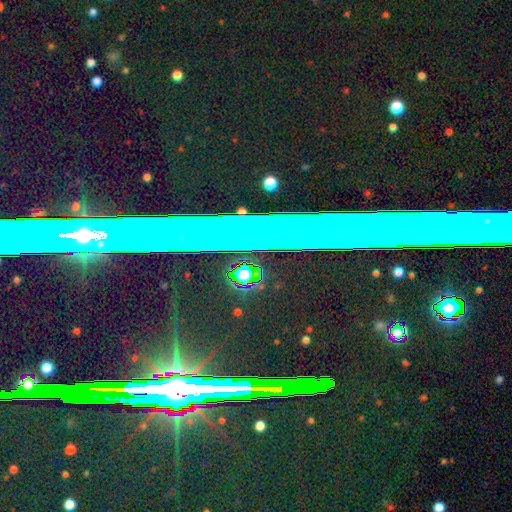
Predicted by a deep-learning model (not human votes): Smooth or featured? Predicted: star or artifact (p=0.74).